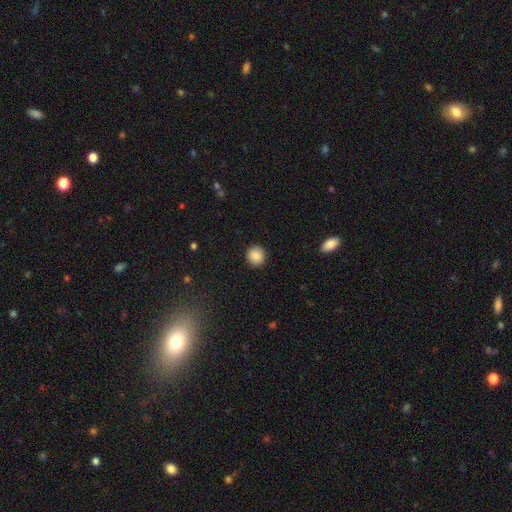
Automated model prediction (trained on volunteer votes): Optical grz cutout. It shows a smooth galaxy with no disk features (88%) that is round (89%). Merging: none (91%).